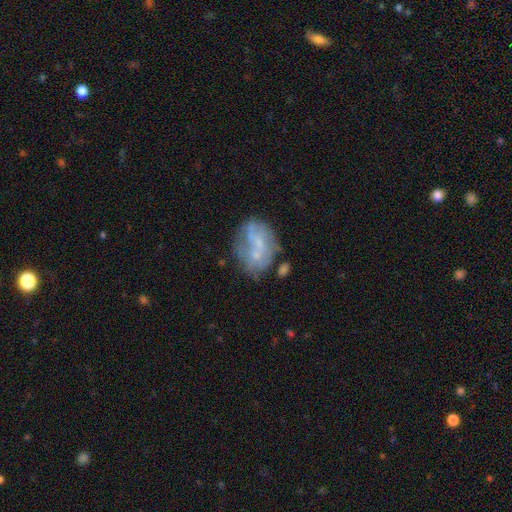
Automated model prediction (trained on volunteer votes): Smooth or featured: featured or disk — 53% (smooth — 38%)
Edge-on disk: no — 97% (yes — 3%)
Bar: no — 74% (weak — 21%)
Spiral arms: no — 67% (yes — 33%)
Bulge size: small — 43% (none — 34%)
Merging: none — 34% (merger — 25%)